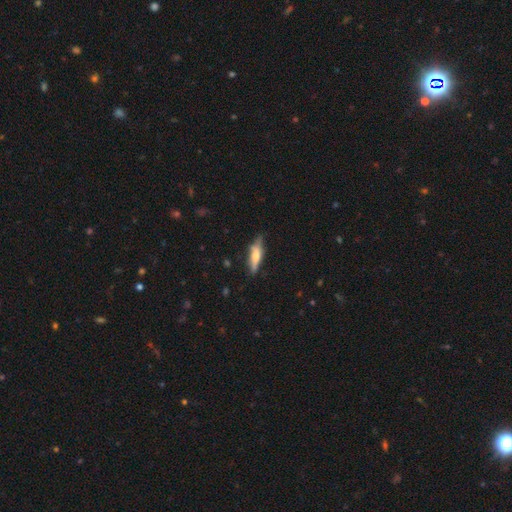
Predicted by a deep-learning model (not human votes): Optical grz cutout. It shows a smooth galaxy with no disk features (51%) that is cigar-shaped (66%). Merging: none (68%).